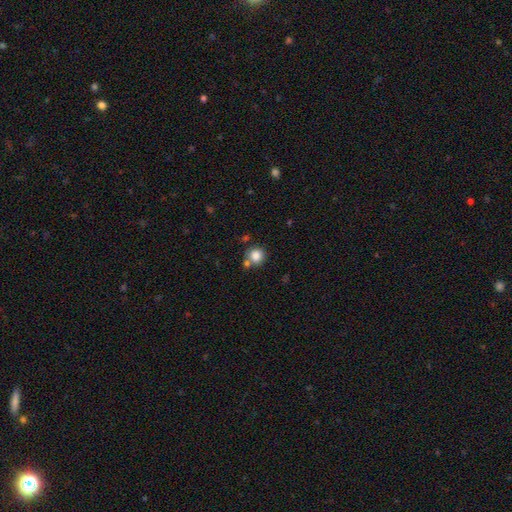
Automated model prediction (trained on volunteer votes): This is clearly a smooth galaxy (84%). How rounded: clearly round (90%). Merging: likely none (66%).